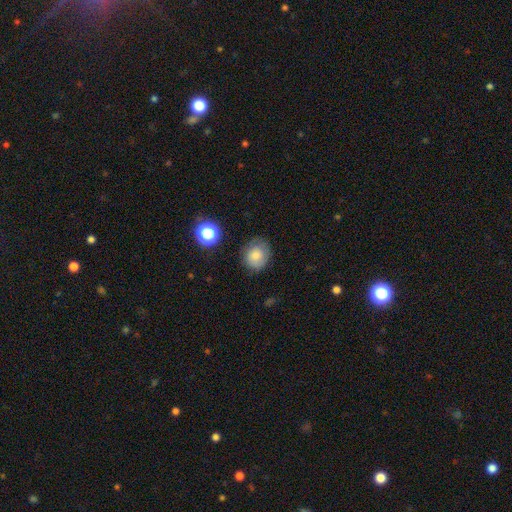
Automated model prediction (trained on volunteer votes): A smooth galaxy with no disk features (76%) that is round (73%).

Vote fractions:
- Smooth or featured? smooth: 76% / featured or disk: 13% / star or artifact: 11%
- How rounded? round: 73% / in between: 26% / cigar-shaped: 1%
- Merging? none: 75% / minor disturbance: 18% / major disturbance: 5% / merger: 2%